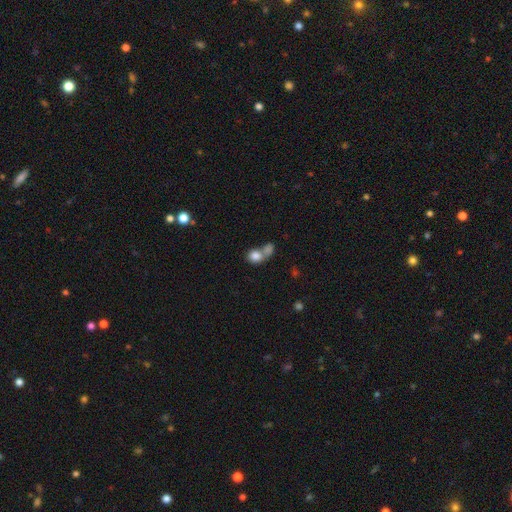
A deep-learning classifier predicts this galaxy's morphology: Smooth or featured?
  - smooth: 80% *
  - featured or disk: 11%
  - star or artifact: 9%
How rounded?
  - round: 62% *
  - in between: 37%
  - cigar-shaped: 2%
Merging?
  - merger: 62% *
  - none: 25%
  - minor disturbance: 7%
  - major disturbance: 6%